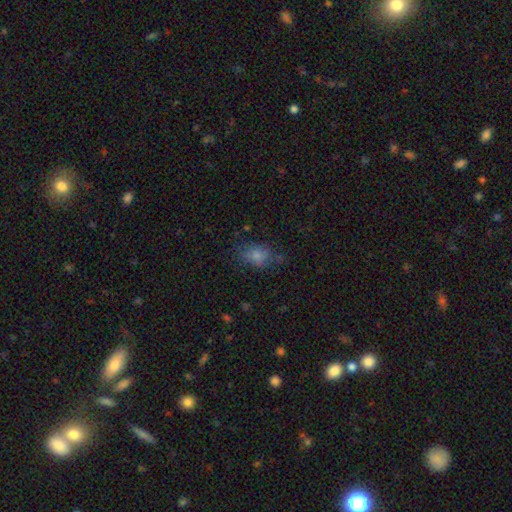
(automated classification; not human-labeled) Morphology: type=smooth (72%); roundness=in between (72%); merging=none (66%).